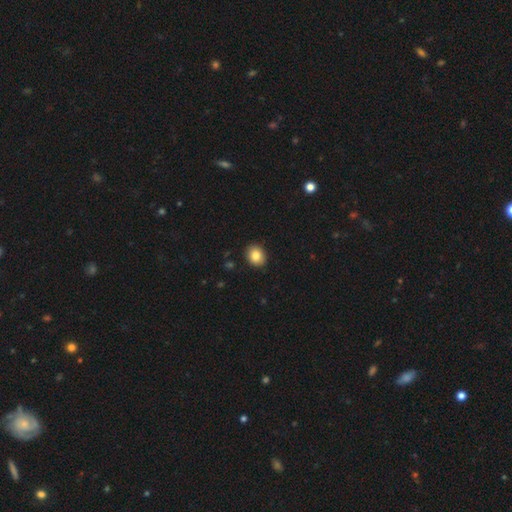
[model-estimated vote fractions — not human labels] Smooth or featured?
  - smooth: 85% *
  - star or artifact: 9%
  - featured or disk: 6%
How rounded?
  - round: 55% *
  - in between: 44%
  - cigar-shaped: 1%
Merging?
  - none: 91% *
  - minor disturbance: 7%
  - major disturbance: 2%
  - merger: 1%